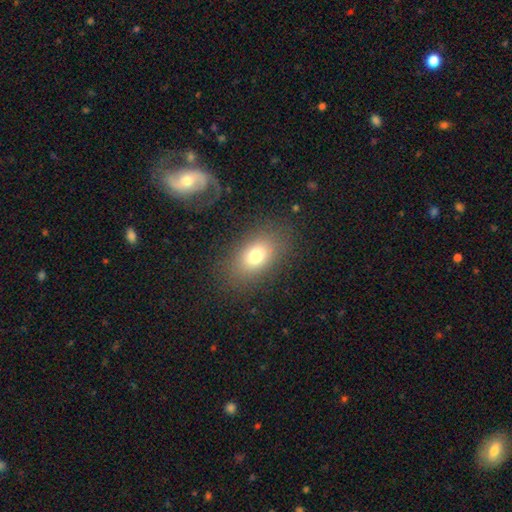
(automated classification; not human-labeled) A smooth galaxy with no disk features (74%) that is in between round and cigar-shaped (81%).

Vote fractions:
- Smooth or featured? smooth: 74% / featured or disk: 14% / star or artifact: 12%
- How rounded? in between: 81% / round: 17% / cigar-shaped: 2%
- Merging? none: 83% / minor disturbance: 10% / major disturbance: 6% / merger: 1%